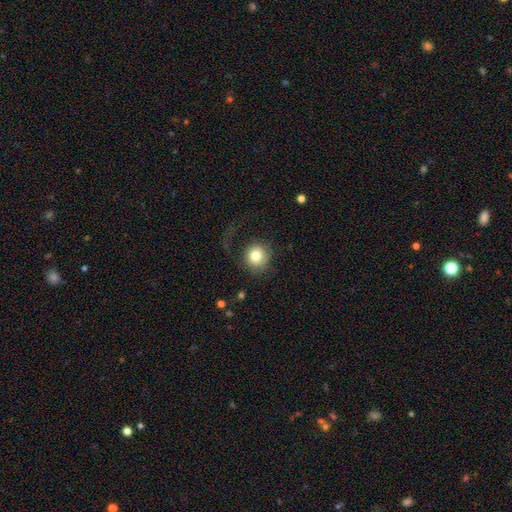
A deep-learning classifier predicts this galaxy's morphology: Smooth or featured?
  - smooth: 78% *
  - featured or disk: 12%
  - star or artifact: 10%
How rounded?
  - round: 90% *
  - in between: 9%
  - cigar-shaped: 1%
Merging?
  - none: 59% *
  - major disturbance: 25%
  - minor disturbance: 15%
  - merger: 2%